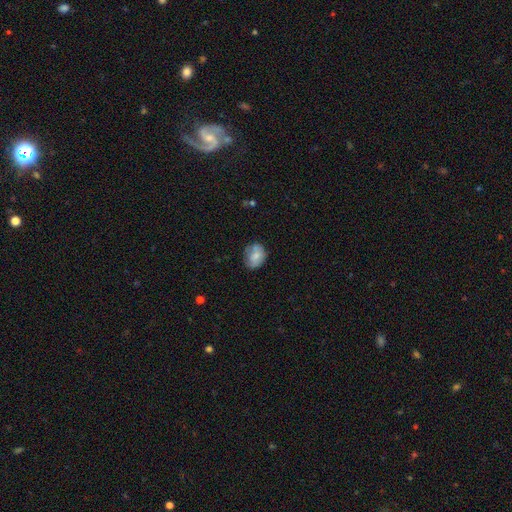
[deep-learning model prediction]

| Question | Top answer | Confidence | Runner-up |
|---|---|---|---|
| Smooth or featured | smooth | 73% | featured or disk (19%) |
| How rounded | in between | 58% | round (41%) |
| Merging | none | 62% | minor disturbance (27%) |